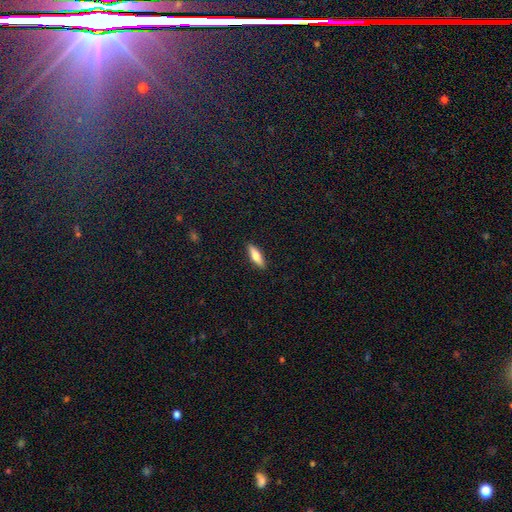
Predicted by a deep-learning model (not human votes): Smooth or featured: smooth — 70% (featured or disk — 24%)
How rounded: cigar-shaped — 54% (in between — 44%)
Merging: none — 90% (minor disturbance — 7%)